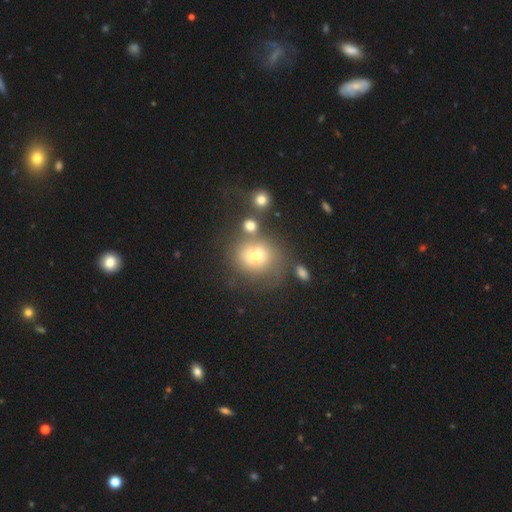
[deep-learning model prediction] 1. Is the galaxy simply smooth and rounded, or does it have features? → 65% smooth, 20% featured or disk, 15% star or artifact.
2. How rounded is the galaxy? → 82% round, 17% in between, 1% cigar-shaped.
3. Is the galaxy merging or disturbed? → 54% none, 19% merger, 16% minor disturbance, 11% major disturbance.